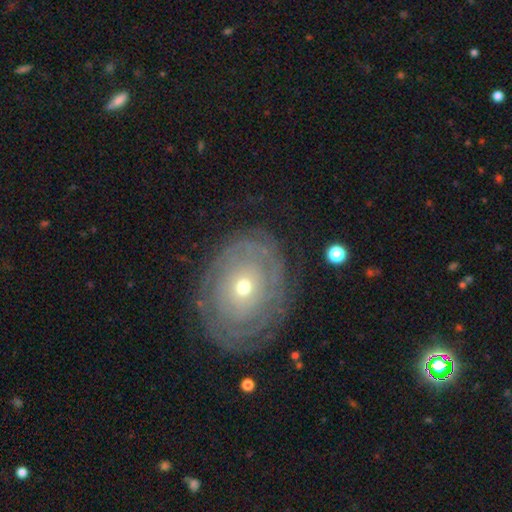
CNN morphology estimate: The model was most divided on "bulge size": small: 52%, moderate: 44%, large: 2%, dominant: 1%, none: 1%. More confident: edge-on disk — no (95%); bar — no (85%); spiral winding — tight (84%); merging — none (80%); spiral arms — yes (74%); smooth or featured — featured or disk (73%); spiral arm count — can't tell (57%).